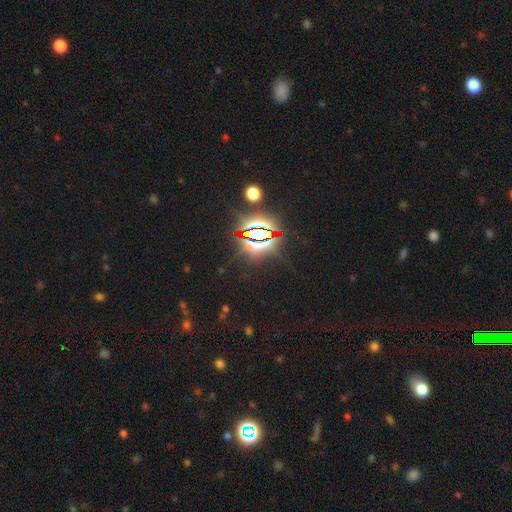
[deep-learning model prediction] Smooth or featured?
  - star or artifact: 82% *
  - smooth: 10%
  - featured or disk: 9%